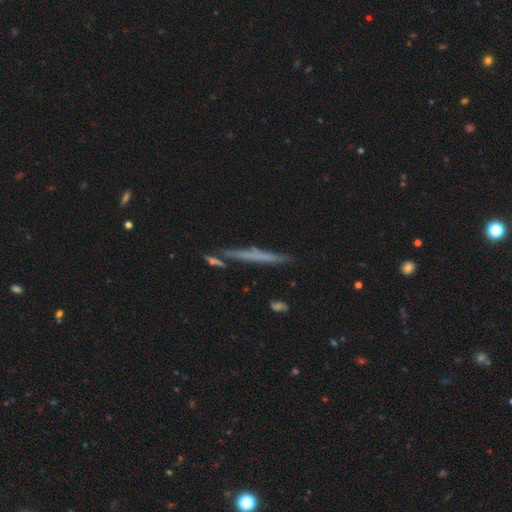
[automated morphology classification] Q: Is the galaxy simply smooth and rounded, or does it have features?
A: featured or disk — 48%.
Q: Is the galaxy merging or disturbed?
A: none — 82%.